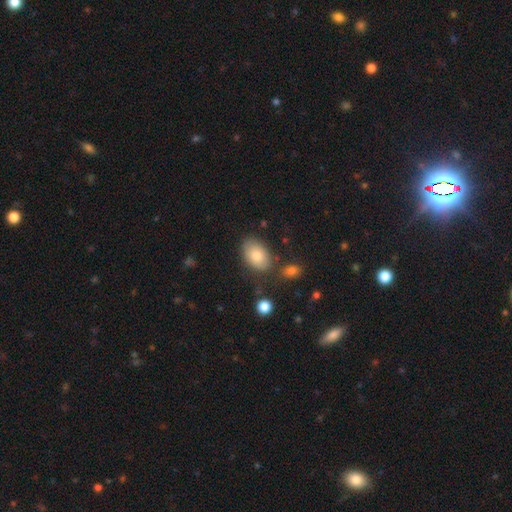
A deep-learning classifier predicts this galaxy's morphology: A smooth galaxy with no disk features (78%) that is in between round and cigar-shaped (88%). Merging: none (72%).